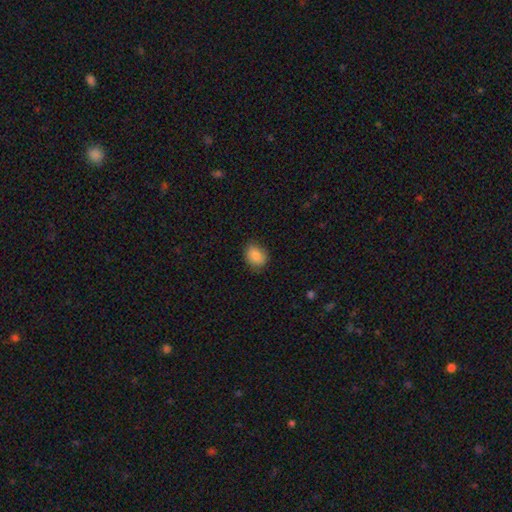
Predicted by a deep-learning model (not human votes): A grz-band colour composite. It shows a smooth galaxy with no disk features (85%) that is round (50%). Merging: none (80%).